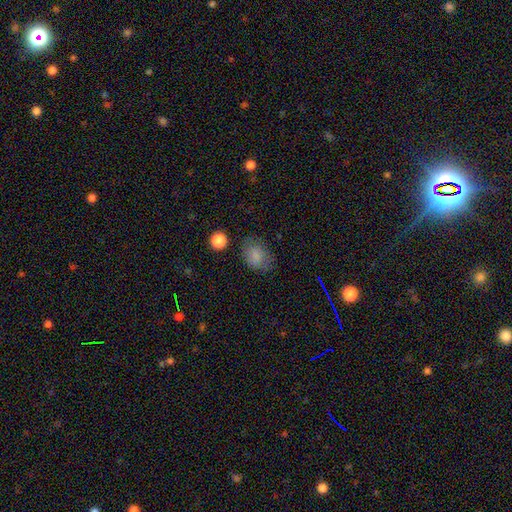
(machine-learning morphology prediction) Q: Smooth or featured?
A: smooth (80%); runner-up: star or artifact (11%)
Q: How rounded?
A: in between (65%); runner-up: round (34%)
Q: Merging?
A: none (67%); runner-up: minor disturbance (22%)